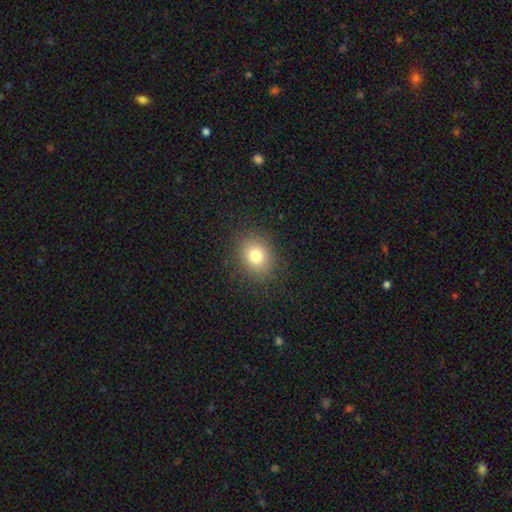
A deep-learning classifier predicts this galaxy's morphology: type=smooth (78%); roundness=round (53%); merging=none (86%).